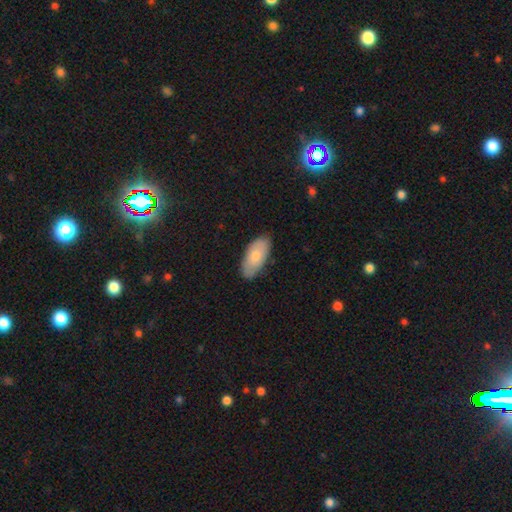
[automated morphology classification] Q: Smooth or featured?
A: smooth (73%); runner-up: featured or disk (22%)
Q: How rounded?
A: in between (92%); runner-up: cigar-shaped (5%)
Q: Merging?
A: none (81%); runner-up: minor disturbance (15%)